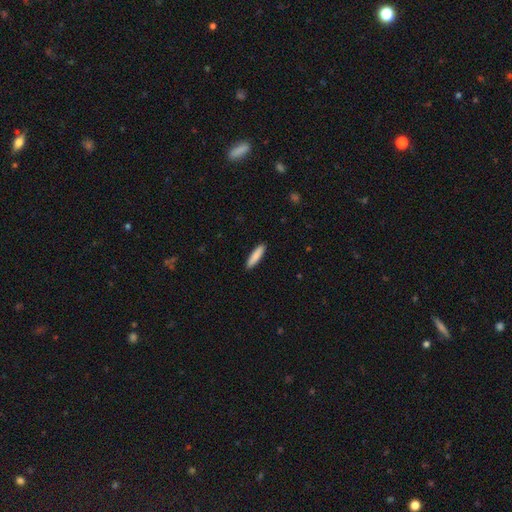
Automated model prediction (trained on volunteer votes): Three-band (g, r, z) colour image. It shows a smooth galaxy with no disk features (86%) that is cigar-shaped (82%). Merging: none (91%).